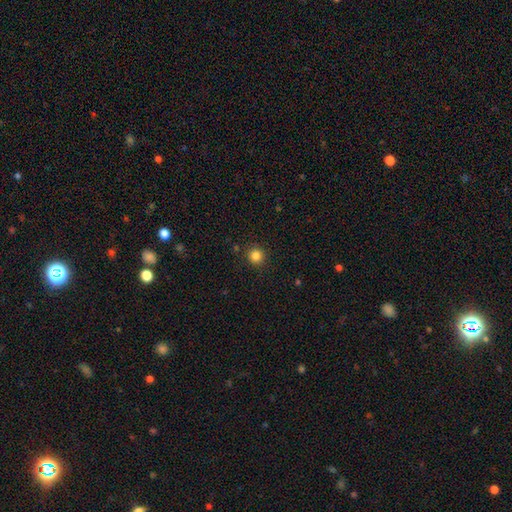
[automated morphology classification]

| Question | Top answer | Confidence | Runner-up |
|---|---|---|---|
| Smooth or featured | smooth | 84% | star or artifact (12%) |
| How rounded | round | 94% | in between (5%) |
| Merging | none | 91% | minor disturbance (6%) |